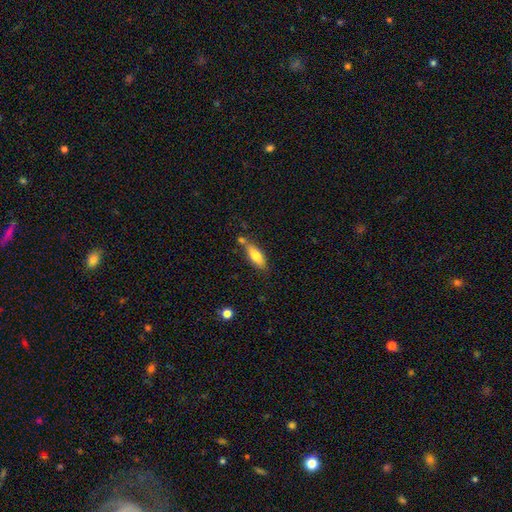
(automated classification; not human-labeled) A smooth galaxy with no disk features (73%) that is in between round and cigar-shaped (63%). Merging: none (58%).